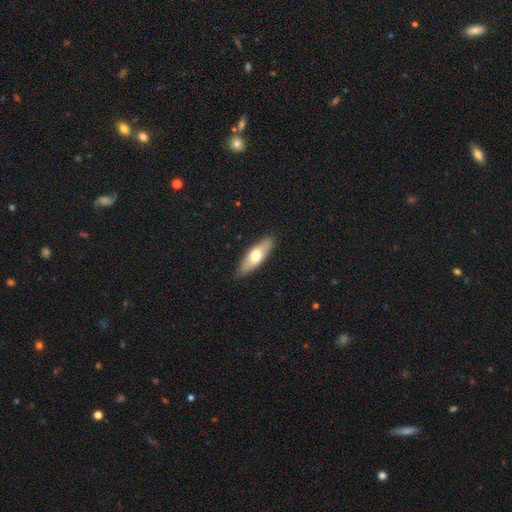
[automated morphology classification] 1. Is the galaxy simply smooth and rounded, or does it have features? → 62% smooth, 33% featured or disk, 5% star or artifact.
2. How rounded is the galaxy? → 53% in between, 45% cigar-shaped, 2% round.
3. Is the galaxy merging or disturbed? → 87% none, 10% minor disturbance, 2% major disturbance, 1% merger.